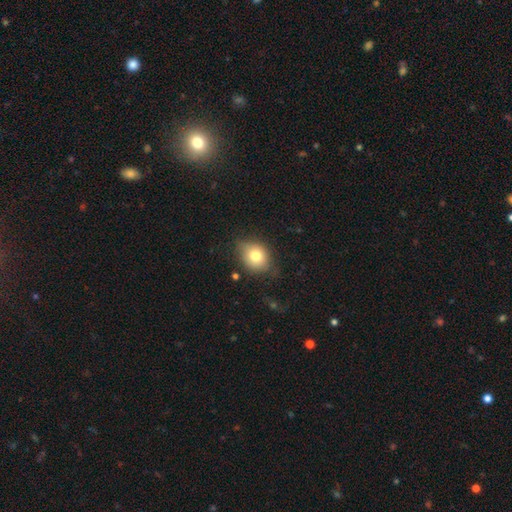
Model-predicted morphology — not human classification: Smooth or featured? smooth (75%)
How rounded? round (51%)
Merging? none (65%)